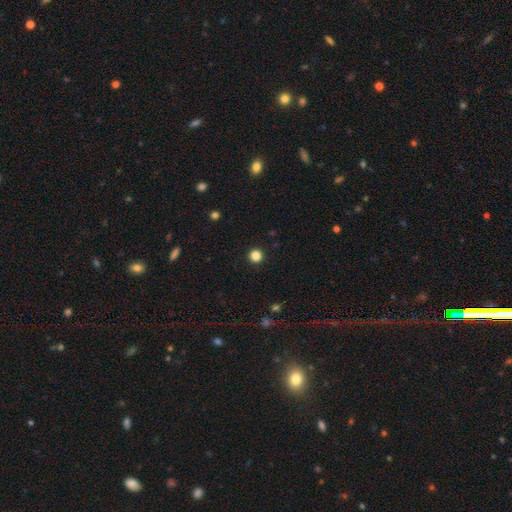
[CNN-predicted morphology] type=smooth (84%); roundness=round (96%); merging=none (94%).